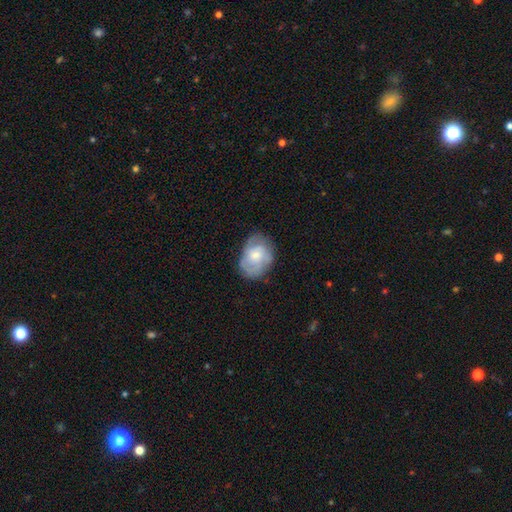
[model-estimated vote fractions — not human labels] This is possibly a smooth galaxy (49%). Merging: likely none (66%).